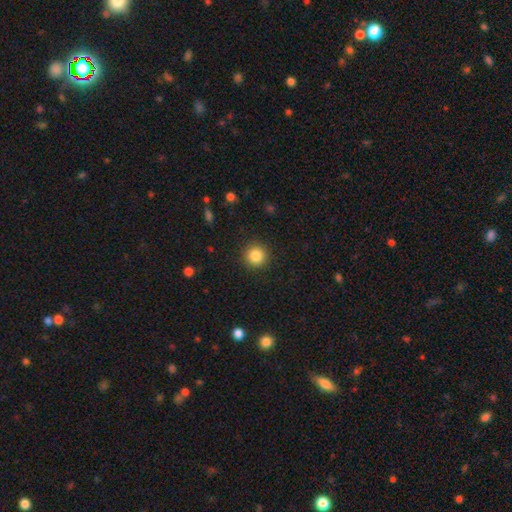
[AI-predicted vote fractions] smooth-or-featured: smooth: 85% | star or artifact: 10% | featured or disk: 5%
  how-rounded: round: 95% | in between: 4% | cigar-shaped: 1%
  merging: none: 91% | minor disturbance: 6% | major disturbance: 2% | merger: 1%